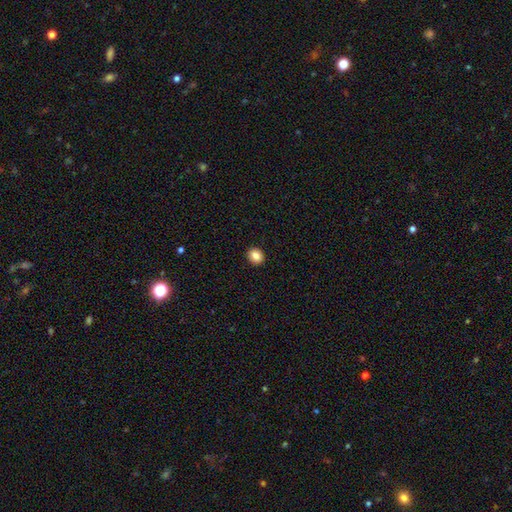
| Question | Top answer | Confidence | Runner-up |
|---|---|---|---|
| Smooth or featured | smooth | 90% | star or artifact (8%) |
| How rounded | round | 74% | in between (26%) |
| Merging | none | 97% | minor disturbance (3%) |